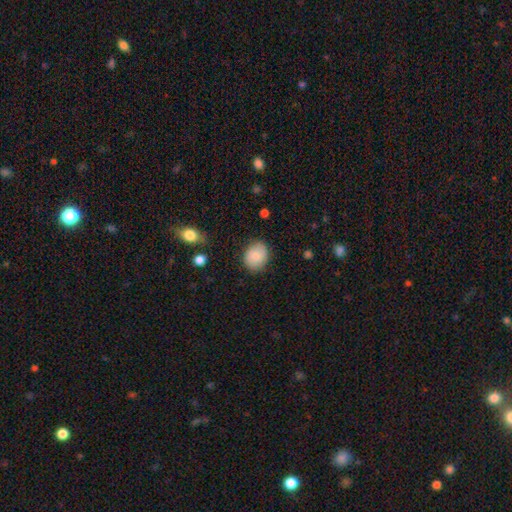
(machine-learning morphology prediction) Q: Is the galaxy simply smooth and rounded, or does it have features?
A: smooth — 81%.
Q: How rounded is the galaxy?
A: round — 56%.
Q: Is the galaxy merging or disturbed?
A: none — 81%.